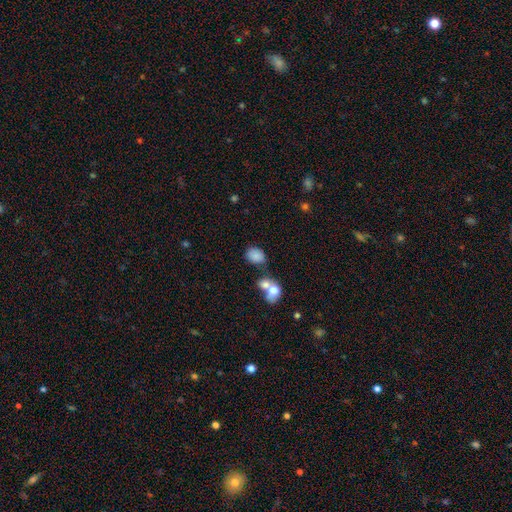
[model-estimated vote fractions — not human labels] smooth-or-featured: smooth: 82% | star or artifact: 10% | featured or disk: 9%
  how-rounded: in between: 64% | round: 35% | cigar-shaped: 1%
  merging: none: 49% | merger: 30% | minor disturbance: 14% | major disturbance: 7%